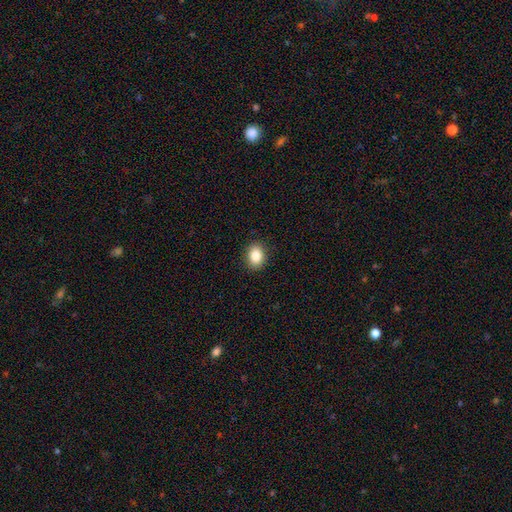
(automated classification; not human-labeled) Q: Smooth or featured?
A: smooth (85%); runner-up: star or artifact (9%)
Q: How rounded?
A: in between (55%); runner-up: round (44%)
Q: Merging?
A: none (90%); runner-up: minor disturbance (7%)